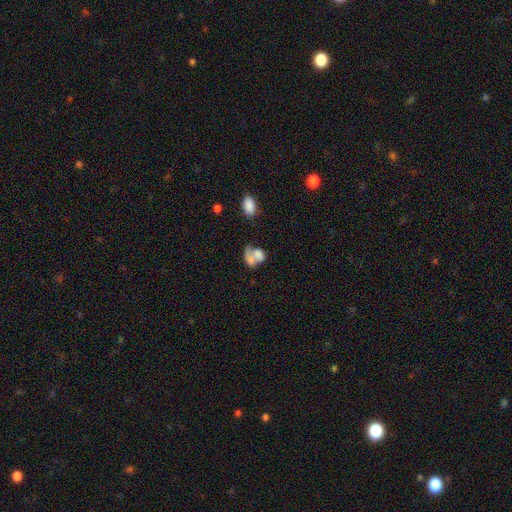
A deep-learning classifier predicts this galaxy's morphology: Smooth or featured: smooth — 63% (featured or disk — 27%)
How rounded: in between — 70% (round — 28%)
Merging: merger — 59% (none — 16%)